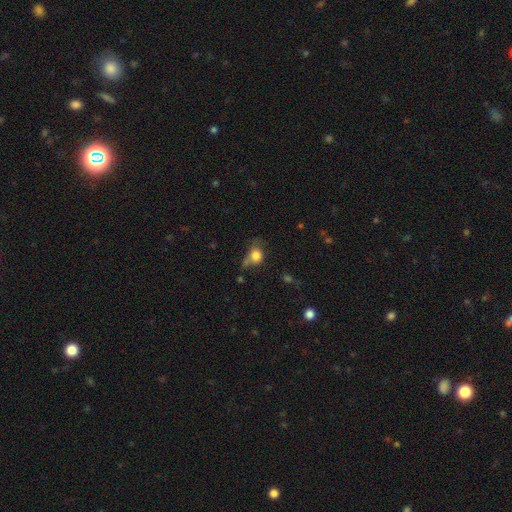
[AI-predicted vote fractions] Q: Smooth or featured?
A: smooth (79%); runner-up: star or artifact (11%)
Q: How rounded?
A: round (61%); runner-up: in between (38%)
Q: Merging?
A: none (39%); runner-up: minor disturbance (31%)